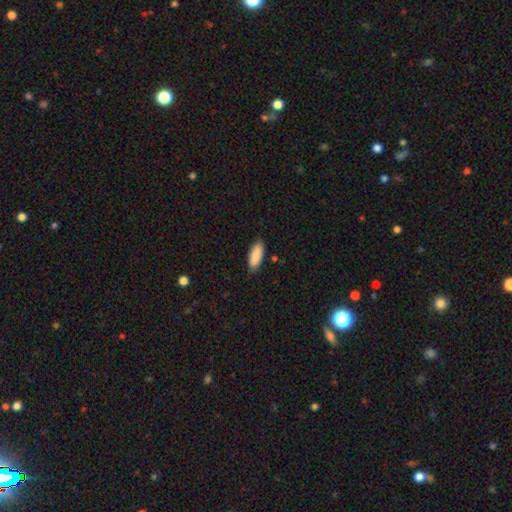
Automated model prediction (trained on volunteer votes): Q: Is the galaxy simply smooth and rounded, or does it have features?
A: smooth — 90%.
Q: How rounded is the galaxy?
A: in between — 76%.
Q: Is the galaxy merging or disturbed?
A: none — 86%.